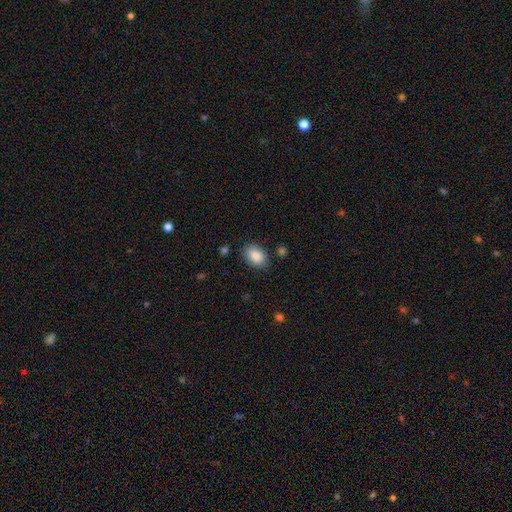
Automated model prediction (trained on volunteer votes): smooth_or_featured: smooth (p=0.86) [alt: star or artifact p=0.07]
how_rounded: in between (p=0.83) [alt: round p=0.16]
merging: none (p=0.81) [alt: minor disturbance p=0.14]